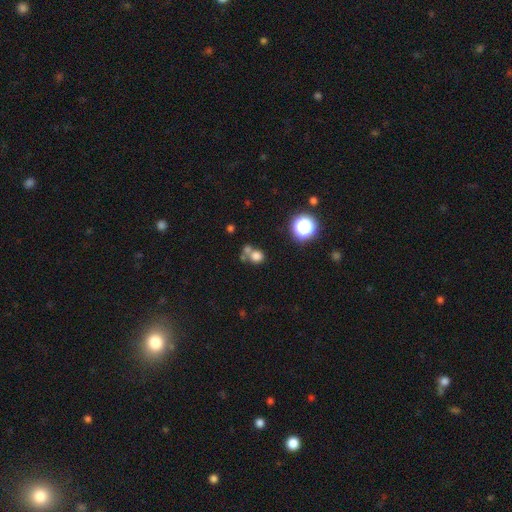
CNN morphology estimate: Q: Smooth or featured?
A: smooth (73%); runner-up: star or artifact (18%)
Q: How rounded?
A: round (79%); runner-up: in between (20%)
Q: Merging?
A: none (47%); runner-up: merger (38%)